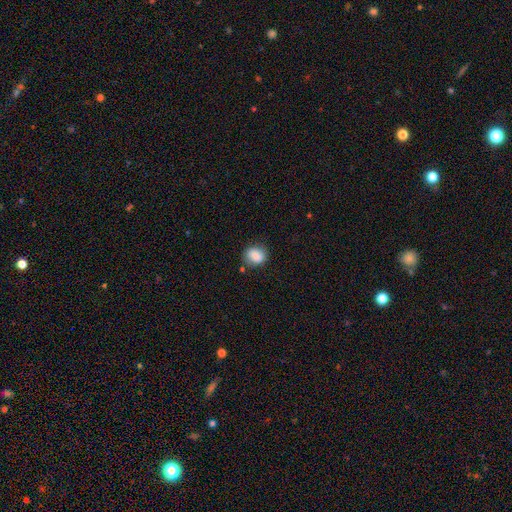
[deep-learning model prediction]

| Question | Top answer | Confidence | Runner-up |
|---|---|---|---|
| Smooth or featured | smooth | 83% | featured or disk (9%) |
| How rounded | round | 60% | in between (39%) |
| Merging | none | 73% | minor disturbance (18%) |